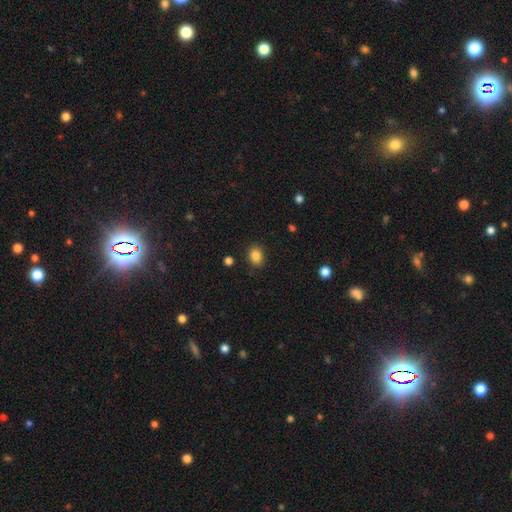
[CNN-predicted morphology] Smooth or featured? Predicted: smooth (p=0.85). How rounded? Predicted: in between (p=0.54). Merging? Predicted: none (p=0.87).